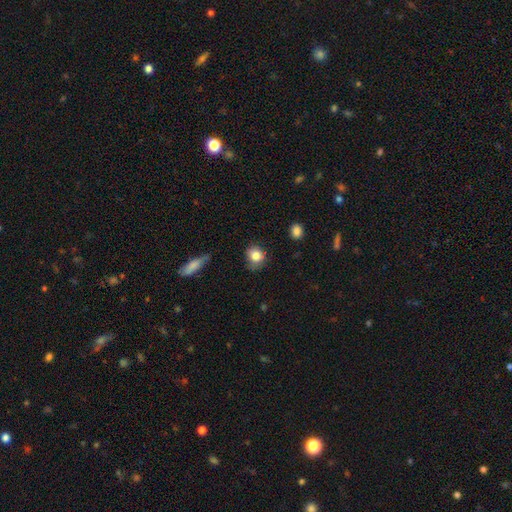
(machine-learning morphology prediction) This appears to be a smooth galaxy with no disk features (81%) that is round (75%). Merging: none (69%).